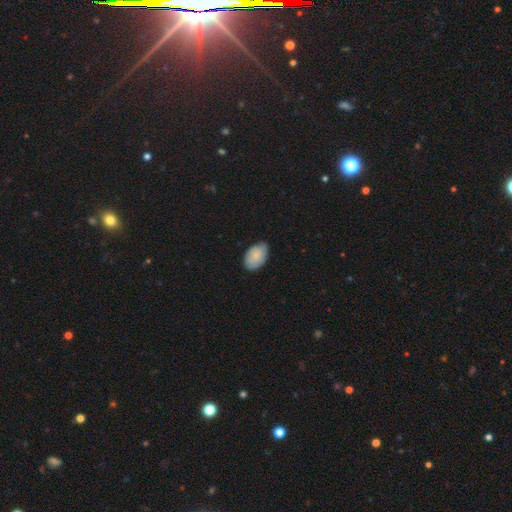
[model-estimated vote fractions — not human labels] Smooth or featured? smooth (80%)
How rounded? in between (91%)
Merging? none (70%)